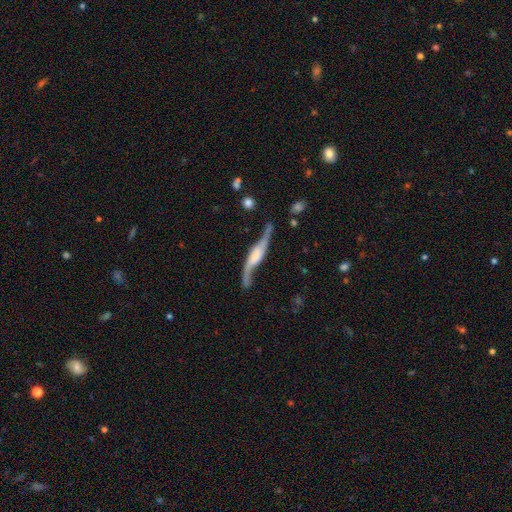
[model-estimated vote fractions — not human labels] featured or disk 84%, smooth 11%, star or artifact 5%. Down the decision tree: edge-on disk — yes (50%, tied with no); merging — none (63%).